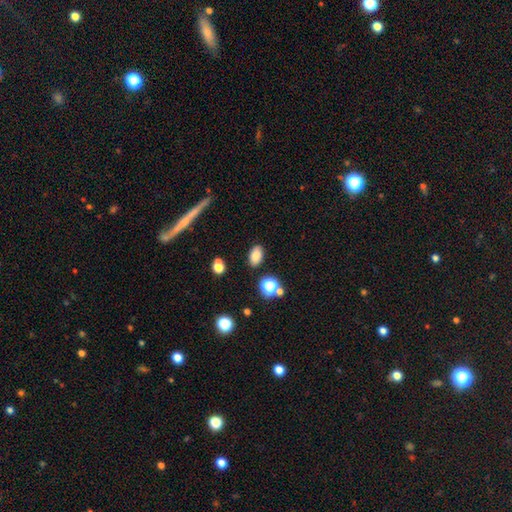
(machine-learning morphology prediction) The model was most divided on "smooth or featured": smooth: 81%, star or artifact: 12%, featured or disk: 7%. More confident: how rounded — in between (89%); merging — none (84%).